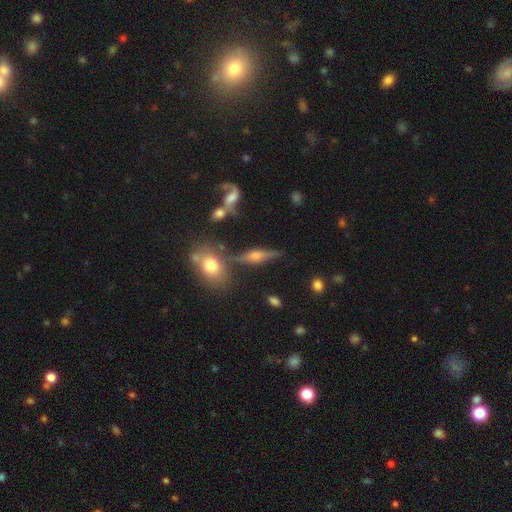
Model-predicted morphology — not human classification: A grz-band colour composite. It shows a featured or disk galaxy (73%) viewed edge-on (92%) with a rounded central bulge (91%). Merging: none (76%).